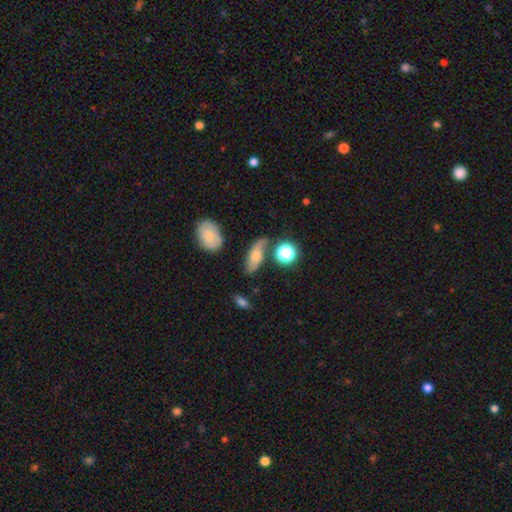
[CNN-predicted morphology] This is possibly a smooth galaxy (47%). Merging: possibly none (56%).